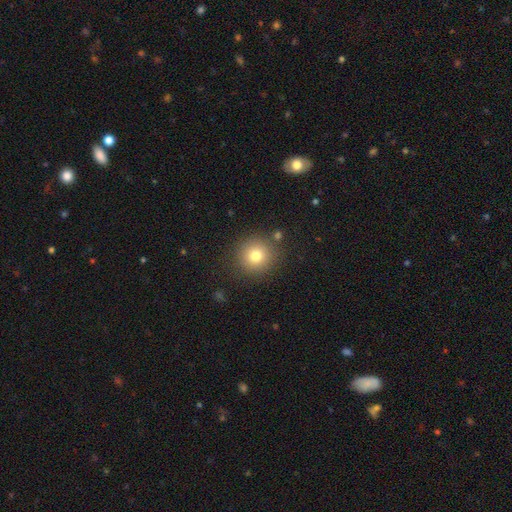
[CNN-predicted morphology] smooth-or-featured: smooth: 78% | star or artifact: 13% | featured or disk: 10%
  how-rounded: round: 93% | in between: 6% | cigar-shaped: 1%
  merging: none: 85% | minor disturbance: 8% | major disturbance: 3% | merger: 3%